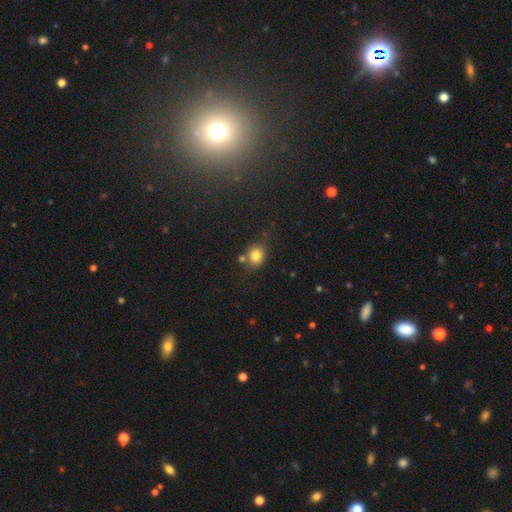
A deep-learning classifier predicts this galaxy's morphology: Smooth or featured: smooth — 81% (star or artifact — 12%)
How rounded: round — 75% (in between — 24%)
Merging: none — 69% (minor disturbance — 14%)